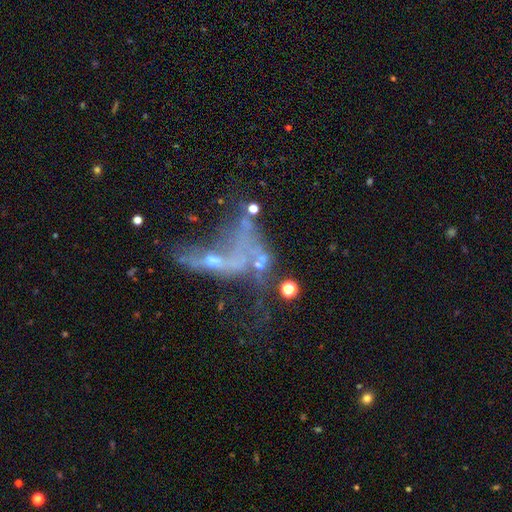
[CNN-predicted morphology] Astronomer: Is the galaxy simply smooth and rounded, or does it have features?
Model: featured or disk — 61%.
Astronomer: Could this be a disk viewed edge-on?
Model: no — 91%.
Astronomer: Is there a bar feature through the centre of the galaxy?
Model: no — 84%.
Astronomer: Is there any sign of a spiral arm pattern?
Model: no — 83%.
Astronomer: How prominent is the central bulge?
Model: none — 52% (runner-up: small, 30%).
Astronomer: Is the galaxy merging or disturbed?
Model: major disturbance — 39% (runner-up: merger, 35%).